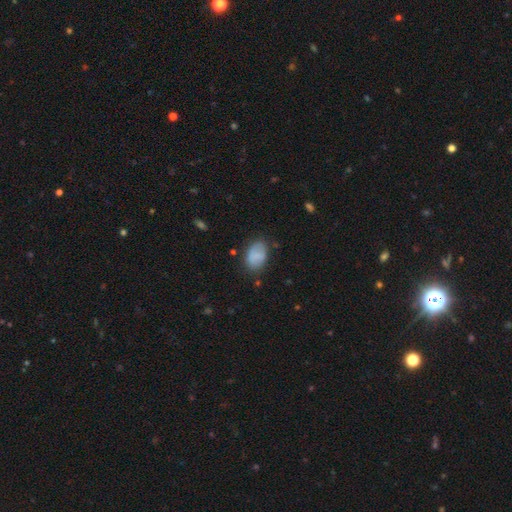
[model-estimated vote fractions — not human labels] Overall: smooth (79%). How rounded: in between (86%). Merging: none (70%).